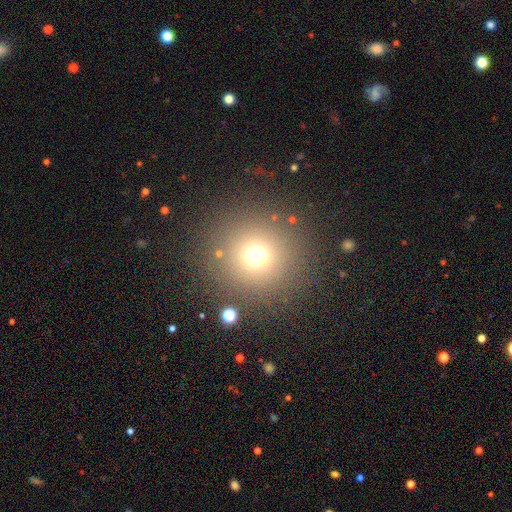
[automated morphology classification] The model was most divided on "smooth or featured": smooth: 68%, star or artifact: 24%, featured or disk: 8%. More confident: how rounded — round (95%); merging — none (86%).